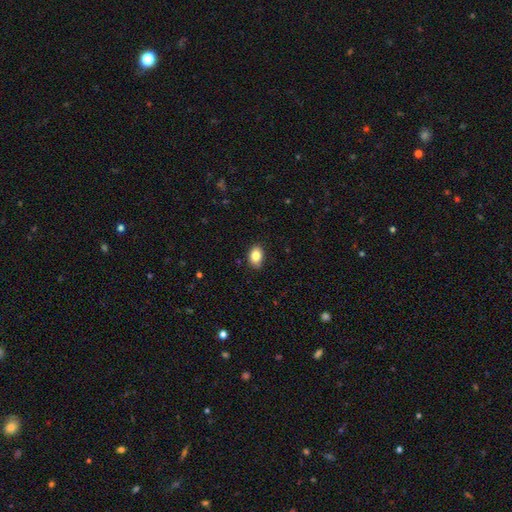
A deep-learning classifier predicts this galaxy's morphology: A smooth galaxy with no disk features (85%) that is in between round and cigar-shaped (80%). Merging: none (84%).